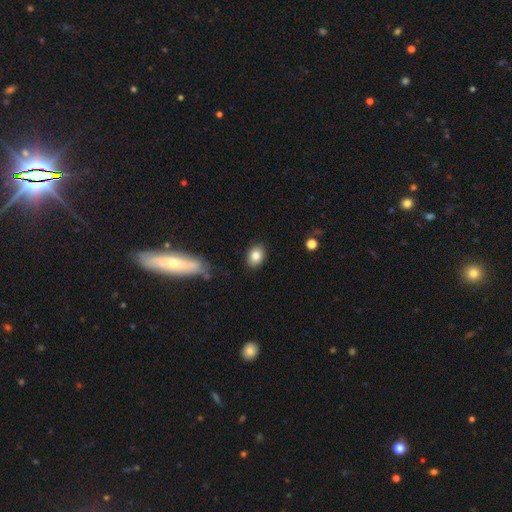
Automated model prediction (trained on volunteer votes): Smooth or featured? Predicted: smooth (p=0.83). How rounded? Predicted: in between (p=0.66). Merging? Predicted: none (p=0.86).